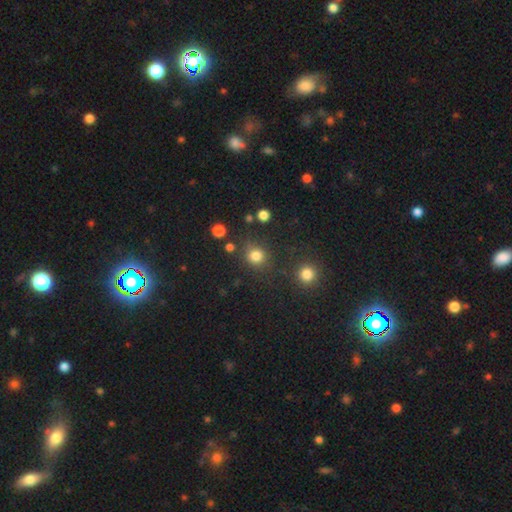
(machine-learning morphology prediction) This appears to be a smooth galaxy with no disk features (81%) that is round (86%). Merging: none (77%).